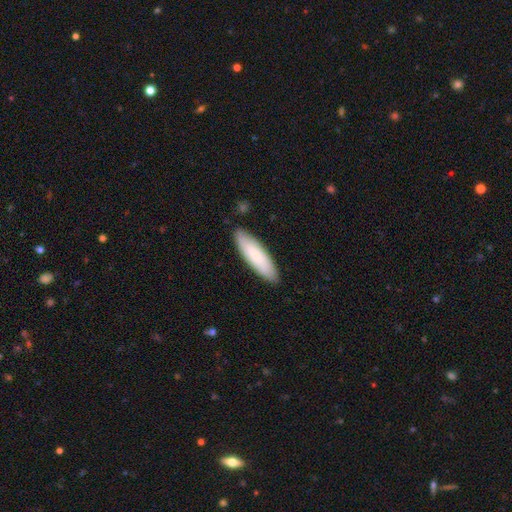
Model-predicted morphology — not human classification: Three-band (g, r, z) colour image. It shows a smooth galaxy with no disk features (78%) that is cigar-shaped (63%). Merging: none (86%).